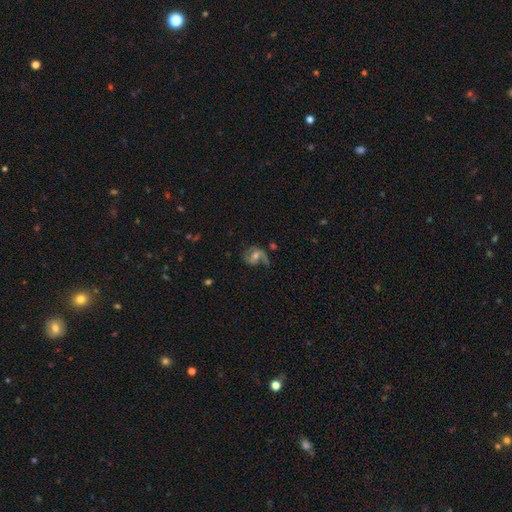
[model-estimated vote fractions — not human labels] This is likely a featured or disk galaxy (69%). It is clearly not viewed edge-on (97%). Bar: marginally weak (43%). Spiral arm pattern: clearly yes (85%). Spiral arm count: likely 2 (60%). Spiral winding: possibly loose (49%). Central bulge: possibly moderate (56%). Merging: possibly none (48%).